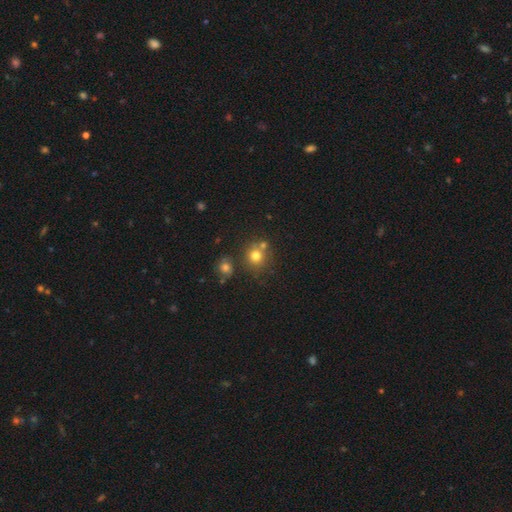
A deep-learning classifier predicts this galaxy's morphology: This appears to be a smooth galaxy with no disk features (75%) that is round (87%). Merging: none (67%).